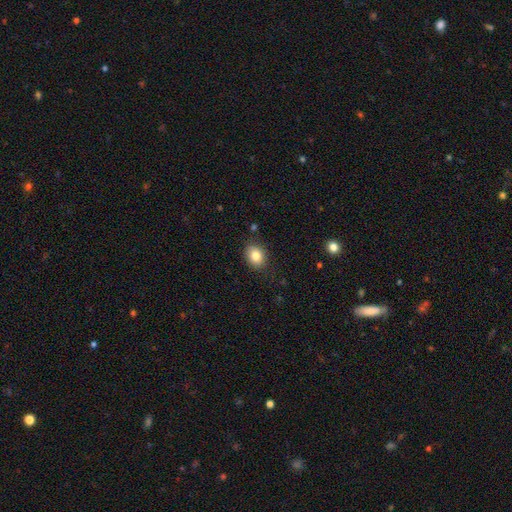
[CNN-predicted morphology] Q: Smooth or featured?
A: smooth (83%); runner-up: star or artifact (9%)
Q: How rounded?
A: in between (51%); runner-up: round (49%)
Q: Merging?
A: none (85%); runner-up: minor disturbance (11%)